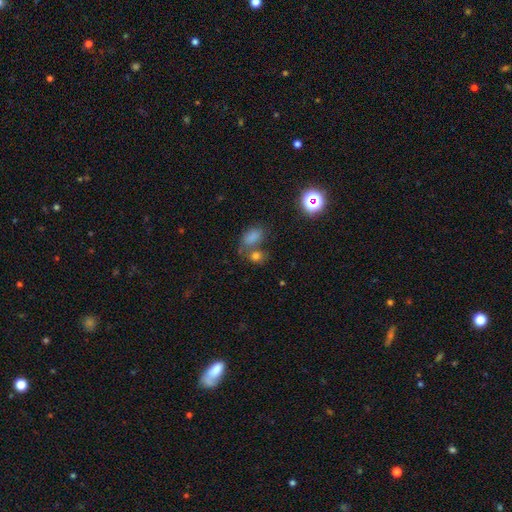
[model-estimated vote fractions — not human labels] Overall: smooth (73%). How rounded: in between (60%; round 38%). Merging: none (42%; merger 39%).